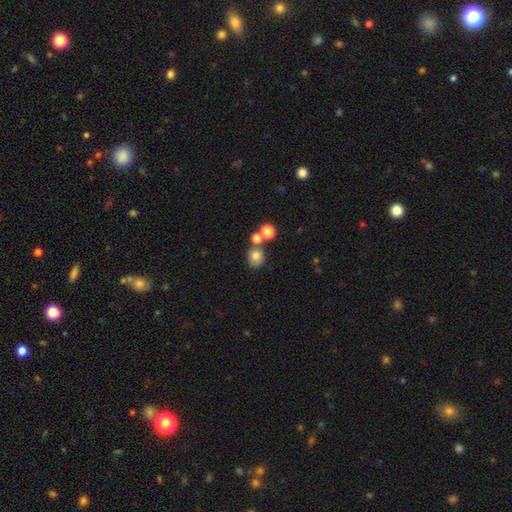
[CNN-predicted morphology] Overall: smooth (75%). How rounded: round (72%). Merging: none (56%; merger 30%).